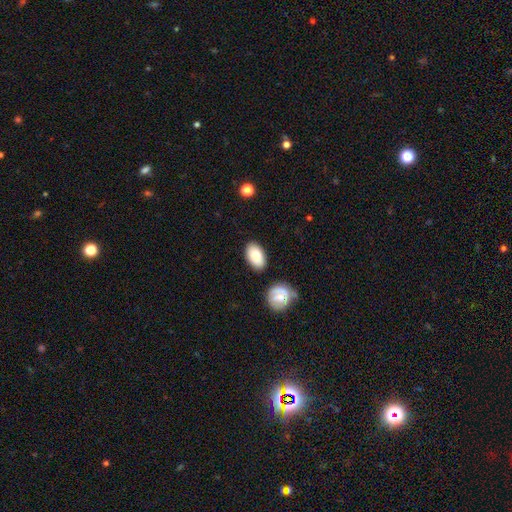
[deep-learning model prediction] smooth-or-featured: smooth: 79% | featured or disk: 14% | star or artifact: 7%
  how-rounded: in between: 92% | round: 6% | cigar-shaped: 2%
  merging: none: 80% | minor disturbance: 12% | merger: 5% | major disturbance: 3%